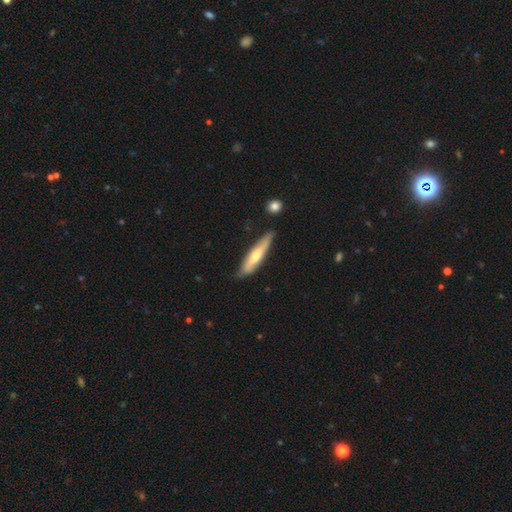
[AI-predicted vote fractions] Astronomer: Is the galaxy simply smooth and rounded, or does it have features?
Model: smooth — 54% (runner-up: featured or disk, 41%).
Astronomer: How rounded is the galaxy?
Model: cigar-shaped — 83%.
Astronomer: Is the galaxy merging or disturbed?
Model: none — 74%.